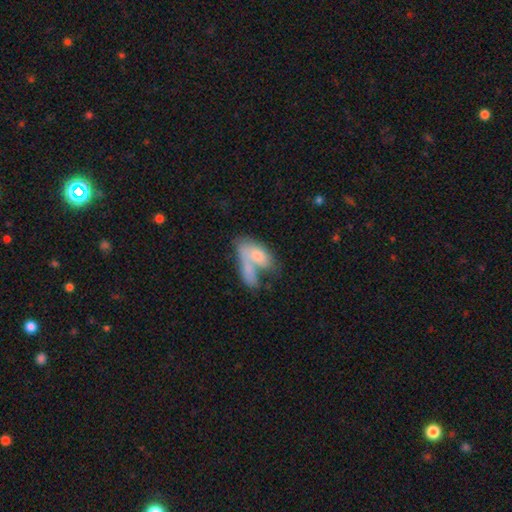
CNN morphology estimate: type=smooth (69%); roundness=in between (87%); merging=merger (58%).